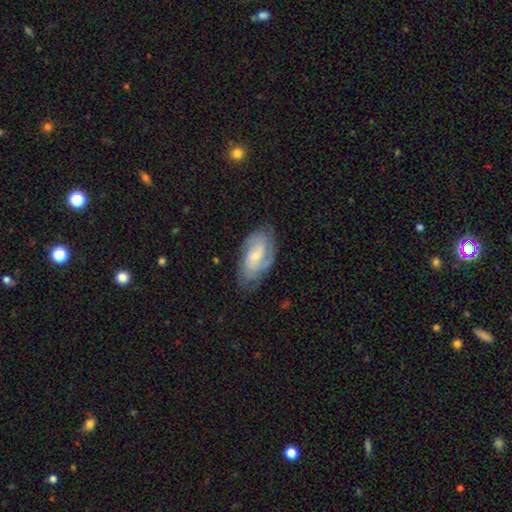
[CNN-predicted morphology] This is likely a featured or disk galaxy (69%). It is clearly not viewed edge-on (95%). Bar: possibly weak (47%). Spiral arm pattern: clearly yes (91%). Spiral arm count: possibly 2 (49%). Spiral winding: marginally medium (44%). Central bulge: possibly small (51%). Merging: likely none (70%).